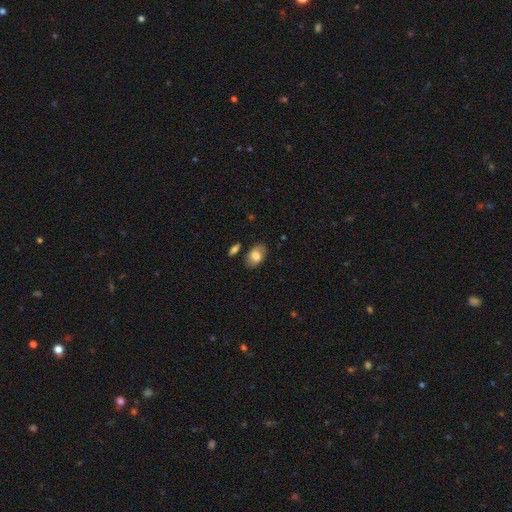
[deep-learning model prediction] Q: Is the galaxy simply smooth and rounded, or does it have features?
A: smooth — 70%.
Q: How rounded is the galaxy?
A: in between — 89%.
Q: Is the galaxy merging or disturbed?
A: none — 76%.